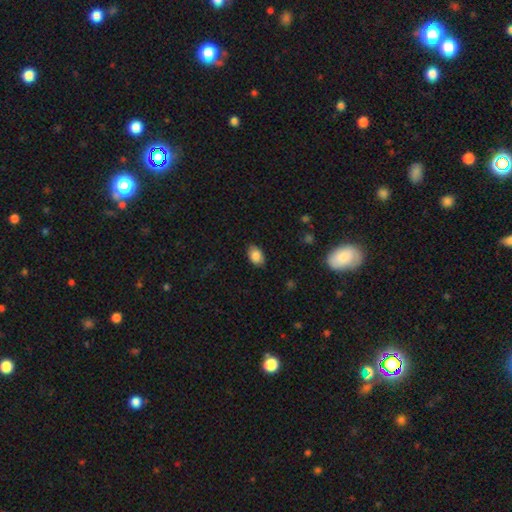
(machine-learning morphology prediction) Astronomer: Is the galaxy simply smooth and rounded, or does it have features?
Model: smooth — 86%.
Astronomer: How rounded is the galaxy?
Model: in between — 88%.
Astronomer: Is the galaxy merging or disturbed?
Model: none — 85%.